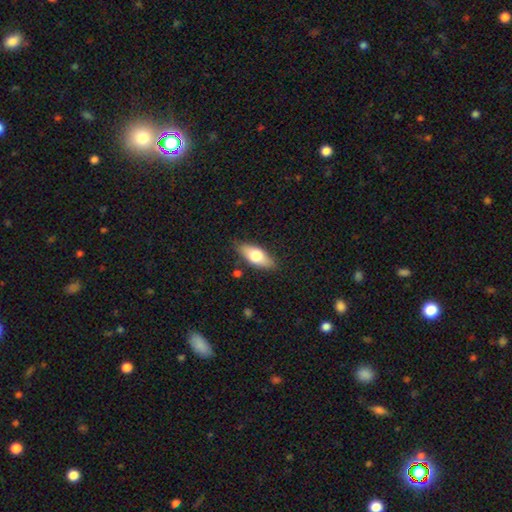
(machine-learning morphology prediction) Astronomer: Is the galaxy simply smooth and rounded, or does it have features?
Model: smooth — 66%.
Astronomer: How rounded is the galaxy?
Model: in between — 77%.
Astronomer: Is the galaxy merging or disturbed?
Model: none — 84%.